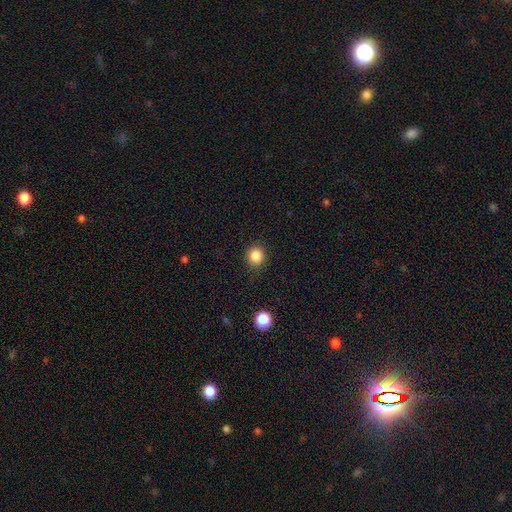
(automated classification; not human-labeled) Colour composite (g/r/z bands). It shows a smooth galaxy with no disk features (85%) that is round (85%). Merging: none (88%).